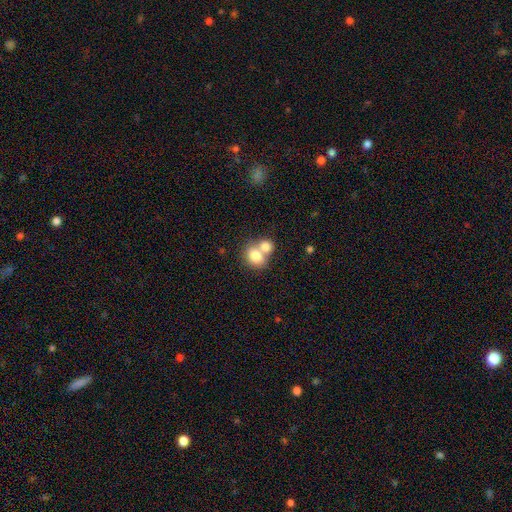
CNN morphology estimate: Smooth or featured? Predicted: smooth (p=0.78). How rounded? Predicted: round (p=0.61). Merging? Predicted: merger (p=0.61).